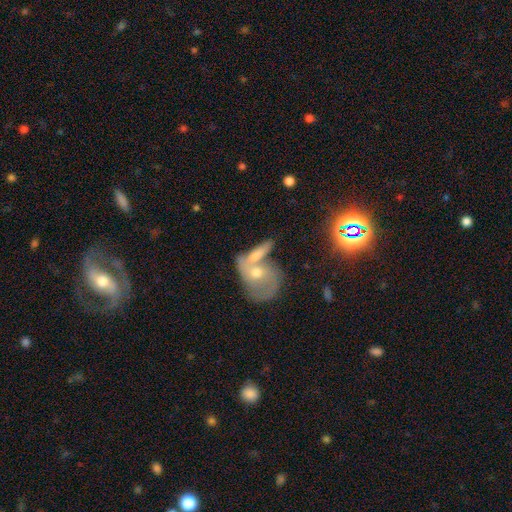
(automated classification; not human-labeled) Morphology: type=smooth (53%); roundness=in between (65%); merging=merger (56%).